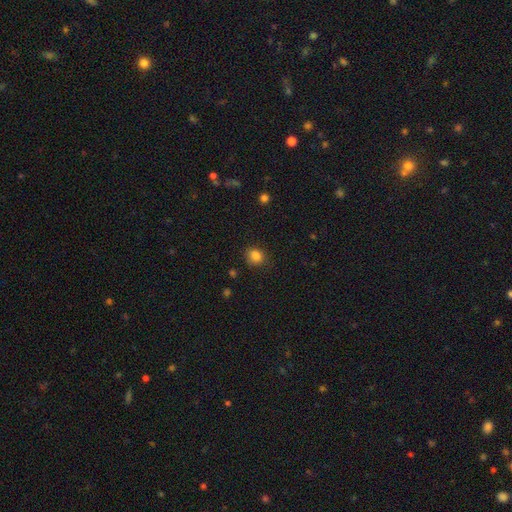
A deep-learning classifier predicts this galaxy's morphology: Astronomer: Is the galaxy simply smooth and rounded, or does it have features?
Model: smooth — 84%.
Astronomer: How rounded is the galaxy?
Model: round — 68%.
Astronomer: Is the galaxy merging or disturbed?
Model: none — 79%.